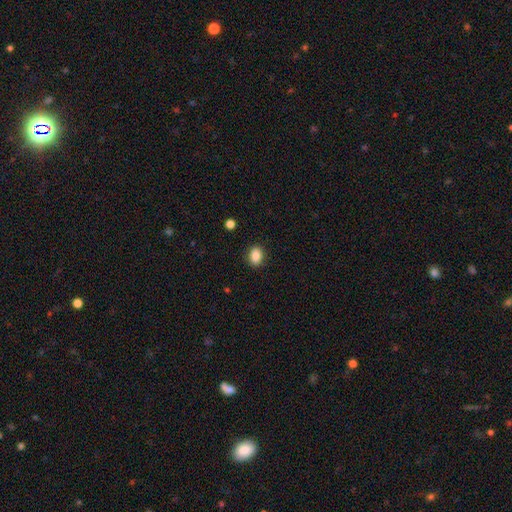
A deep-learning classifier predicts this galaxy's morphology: The model was most divided on "how rounded": in between: 68%, round: 31%, cigar-shaped: 1%. More confident: smooth or featured — smooth (88%); merging — none (88%).